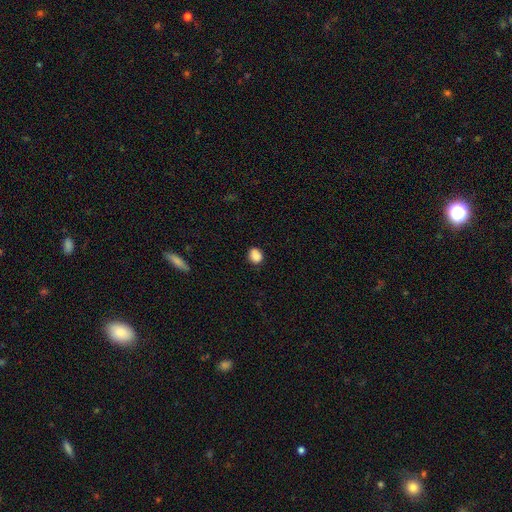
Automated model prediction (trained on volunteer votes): smooth-or-featured: smooth: 87% | star or artifact: 10% | featured or disk: 3%
  how-rounded: round: 68% | in between: 31% | cigar-shaped: 1%
  merging: none: 82% | minor disturbance: 14% | major disturbance: 3% | merger: 2%